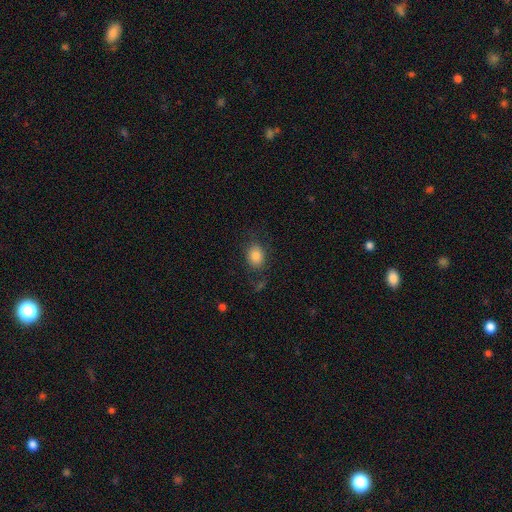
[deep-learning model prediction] Smooth or featured: smooth — 83% (star or artifact — 9%)
How rounded: in between — 60% (round — 39%)
Merging: none — 77% (minor disturbance — 14%)